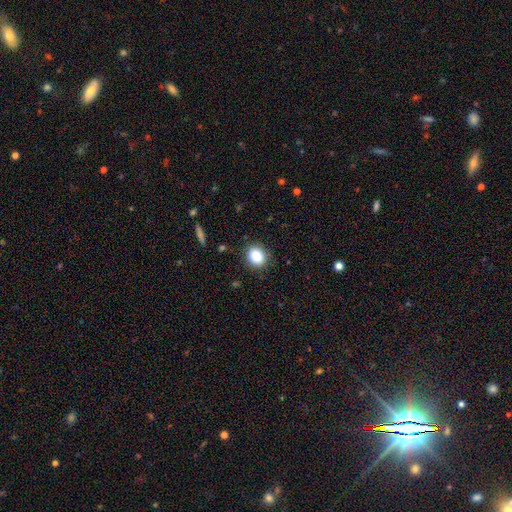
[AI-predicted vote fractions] Smooth or featured? smooth (84%)
How rounded? round (69%)
Merging? none (87%)